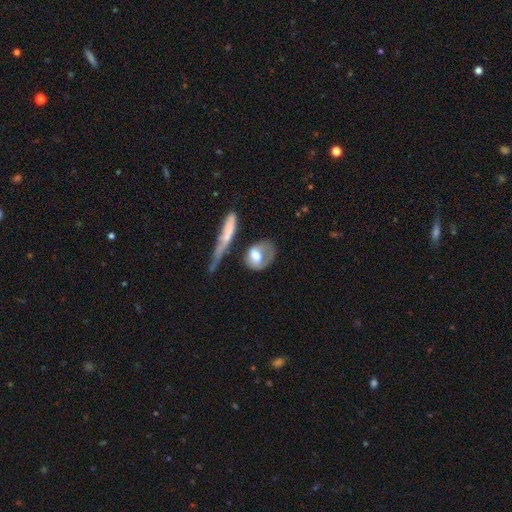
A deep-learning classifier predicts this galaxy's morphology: smooth_or_featured: smooth (p=0.57) [alt: featured or disk p=0.37]
how_rounded: in between (p=0.59) [alt: round p=0.35]
merging: none (p=0.32) [alt: major disturbance p=0.30]